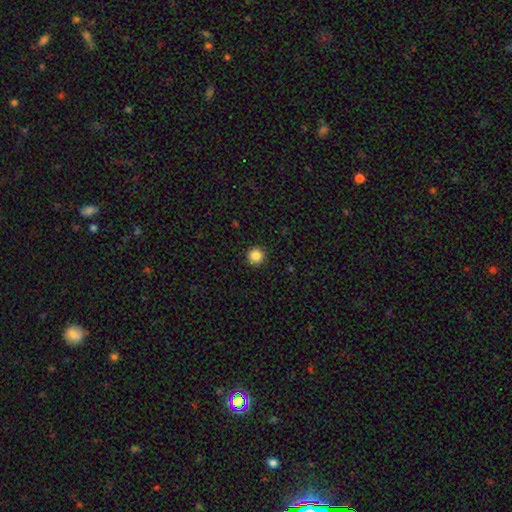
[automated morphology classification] The model was most divided on "smooth or featured": smooth: 86%, star or artifact: 10%, featured or disk: 4%. More confident: how rounded — round (96%); merging — none (93%).